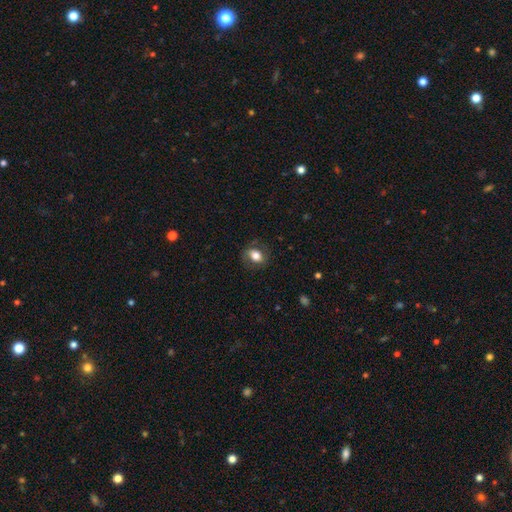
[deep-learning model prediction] This is likely a smooth galaxy (71%). How rounded: likely in between (65%). Merging: likely none (76%).